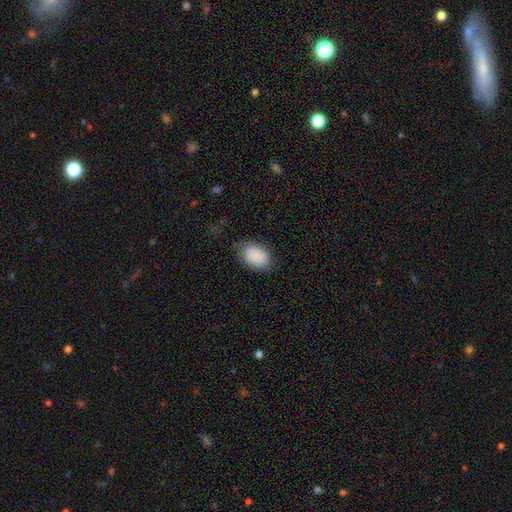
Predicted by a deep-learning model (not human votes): A smooth galaxy with no disk features (89%) that is in between round and cigar-shaped (87%). Merging: none (75%).